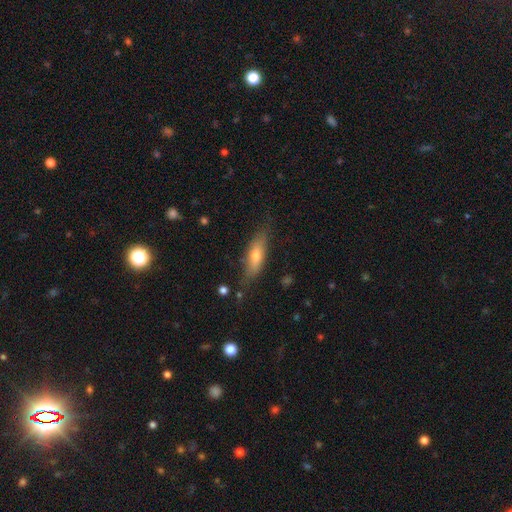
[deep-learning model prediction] smooth 59%, featured or disk 34%, star or artifact 7%. Down the decision tree: how rounded — cigar-shaped (51%); merging — none (73%).